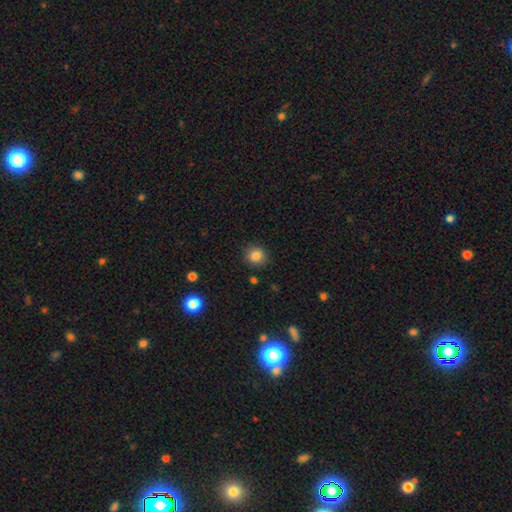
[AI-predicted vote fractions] Smooth or featured?
  - smooth: 85% *
  - star or artifact: 11%
  - featured or disk: 5%
How rounded?
  - round: 89% *
  - in between: 10%
  - cigar-shaped: 1%
Merging?
  - none: 89% *
  - minor disturbance: 7%
  - major disturbance: 2%
  - merger: 2%